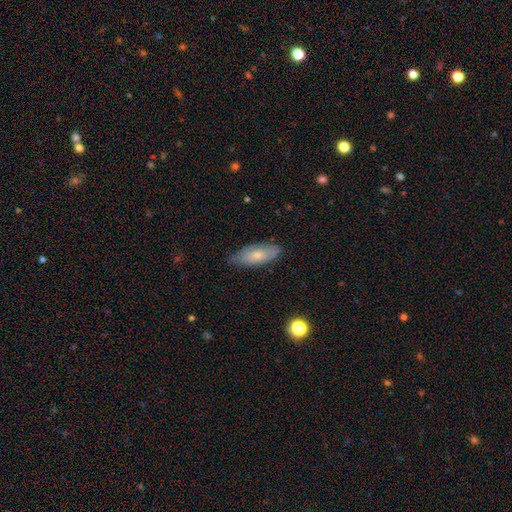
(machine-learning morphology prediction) smooth 51%, featured or disk 41%, star or artifact 8%. Down the decision tree: how rounded — in between (78%); merging — none (80%).